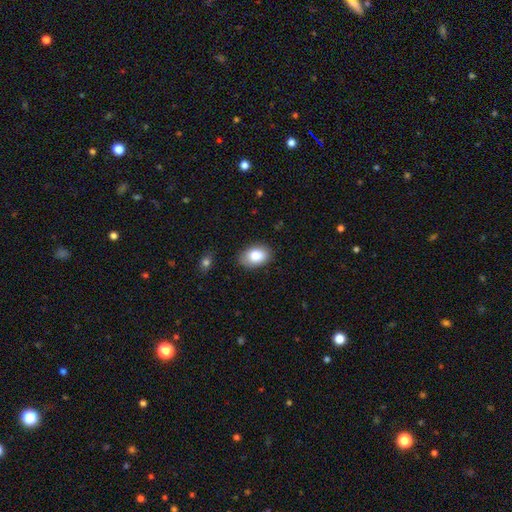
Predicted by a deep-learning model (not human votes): smooth 86%, star or artifact 7%, featured or disk 7%. Down the decision tree: how rounded — in between (87%); merging — none (80%).